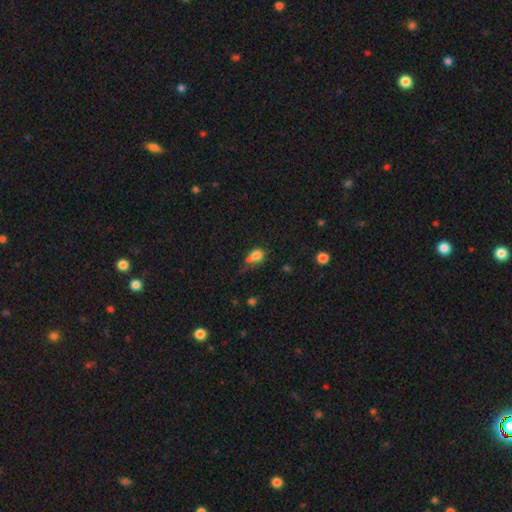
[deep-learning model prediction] Smooth or featured: smooth — 79% (star or artifact — 12%)
How rounded: in between — 65% (round — 33%)
Merging: none — 39% (minor disturbance — 25%)